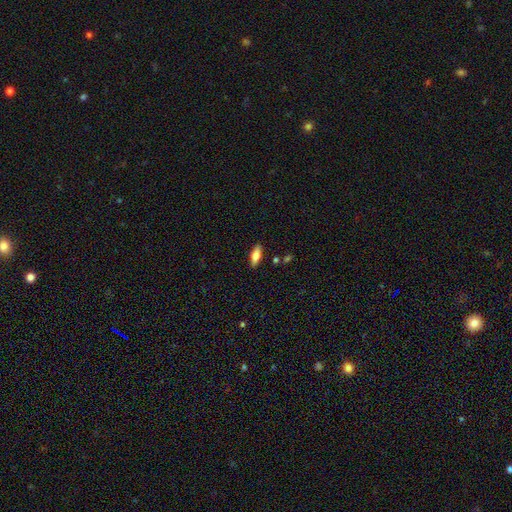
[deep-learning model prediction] smooth_or_featured: smooth (p=0.78) [alt: featured or disk p=0.16]
how_rounded: in between (p=0.64) [alt: cigar-shaped p=0.34]
merging: none (p=0.86) [alt: minor disturbance p=0.10]